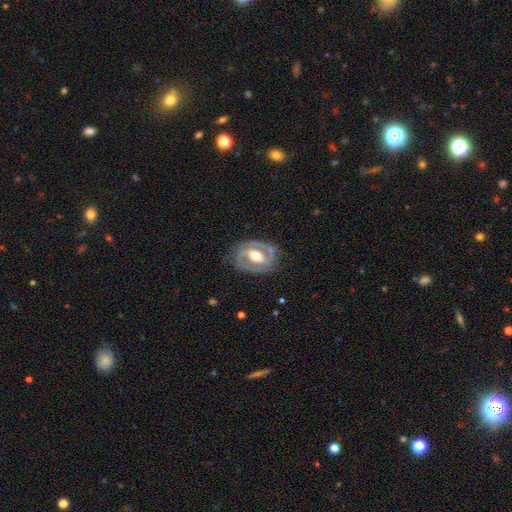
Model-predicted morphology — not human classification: Q: Smooth or featured?
A: featured or disk (81%); runner-up: smooth (15%)
Q: Edge-on disk?
A: no (96%); runner-up: yes (4%)
Q: Bar?
A: weak (35%); runner-up: no (34%)
Q: Spiral arms?
A: yes (73%); runner-up: no (27%)
Q: Spiral winding?
A: tight (44%); runner-up: medium (42%)
Q: Spiral arm count?
A: 2 (81%); runner-up: can't tell (9%)
Q: Bulge size?
A: moderate (70%); runner-up: large (18%)
Q: Merging?
A: none (76%); runner-up: minor disturbance (16%)